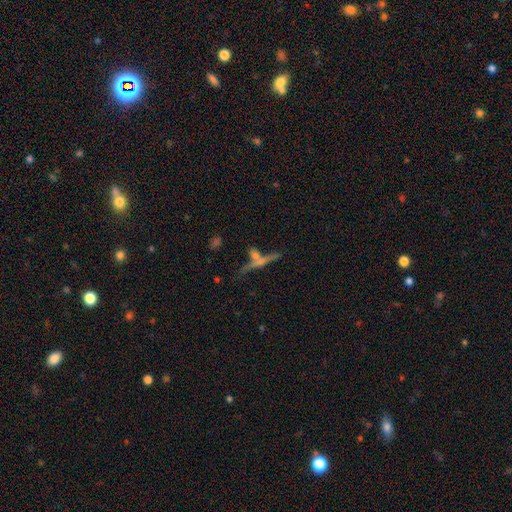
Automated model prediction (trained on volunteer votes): Morphology: type=featured or disk (56%); edge-on=yes (88%); merging=none (58%).